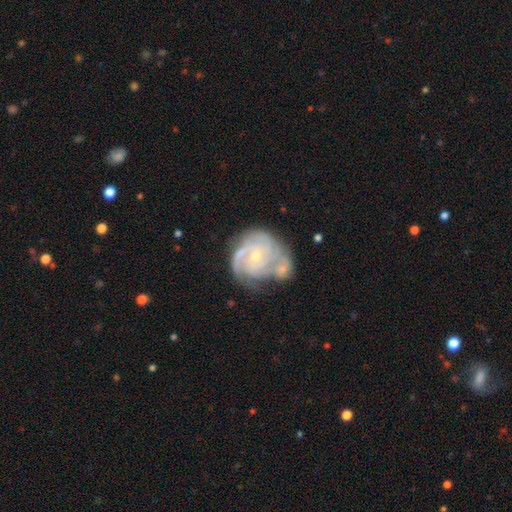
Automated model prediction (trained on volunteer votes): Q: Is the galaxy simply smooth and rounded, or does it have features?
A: featured or disk — 83%.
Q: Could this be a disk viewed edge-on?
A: no — 98%.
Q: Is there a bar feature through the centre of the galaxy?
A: no — 70%.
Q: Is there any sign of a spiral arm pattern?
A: yes — 93%.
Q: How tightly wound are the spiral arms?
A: tight — 62%.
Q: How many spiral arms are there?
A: can't tell — 28%.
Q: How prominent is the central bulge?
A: small — 72%.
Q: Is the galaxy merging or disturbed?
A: merger — 35%.